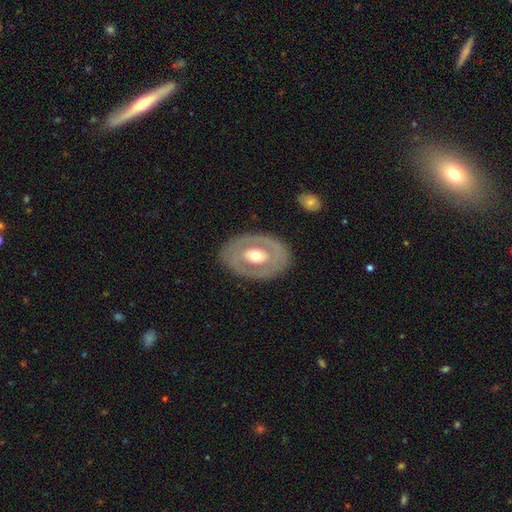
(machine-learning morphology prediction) This appears to be a featured or disk galaxy (60%) with no bar (71%), no spiral arms (87%) and a moderate central bulge (67%). Merging: none (83%).